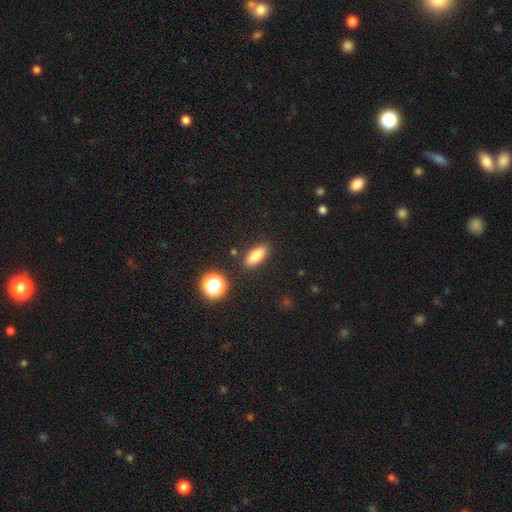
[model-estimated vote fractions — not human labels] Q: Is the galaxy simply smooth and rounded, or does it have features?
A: smooth — 80%.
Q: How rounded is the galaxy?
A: in between — 78%.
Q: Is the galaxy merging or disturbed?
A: none — 87%.